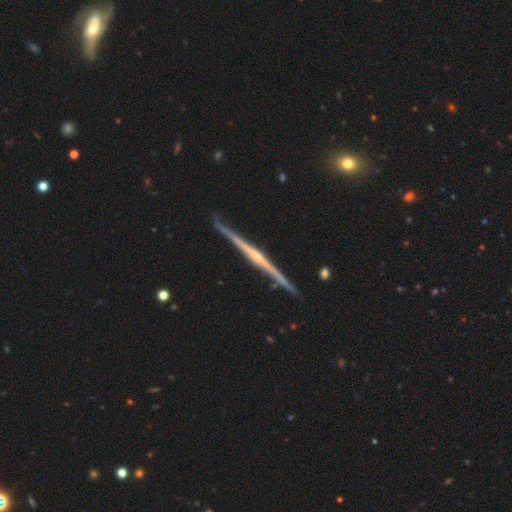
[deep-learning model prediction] This is clearly a featured or disk galaxy (87%). It is clearly viewed edge-on (99%). Edge-on bulge: likely rounded (65%). Merging: clearly none (89%).